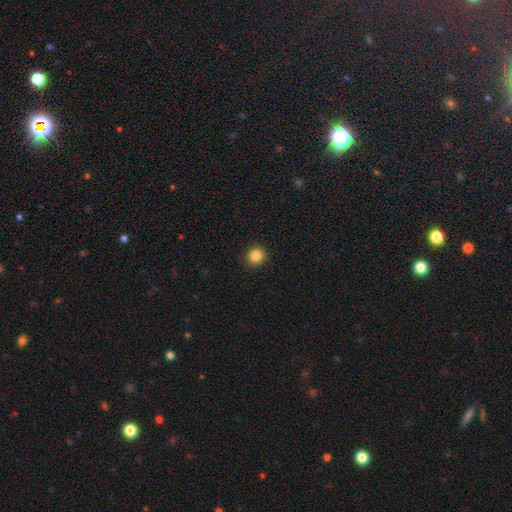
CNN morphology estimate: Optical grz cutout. It shows a smooth galaxy with no disk features (84%) that is round (95%). Merging: none (93%).